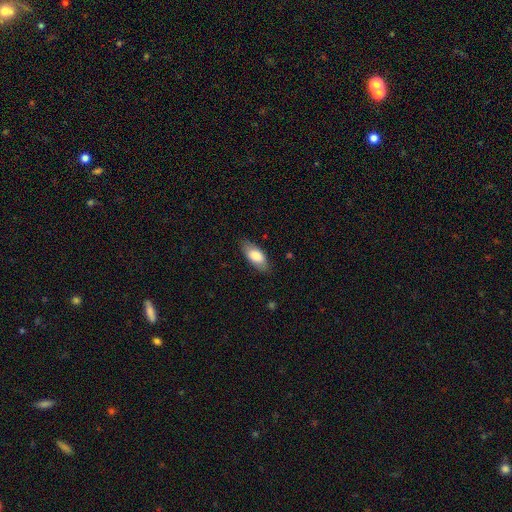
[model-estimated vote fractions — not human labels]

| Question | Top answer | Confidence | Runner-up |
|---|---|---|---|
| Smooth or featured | smooth | 79% | featured or disk (15%) |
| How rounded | in between | 87% | cigar-shaped (11%) |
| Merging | none | 83% | minor disturbance (13%) |